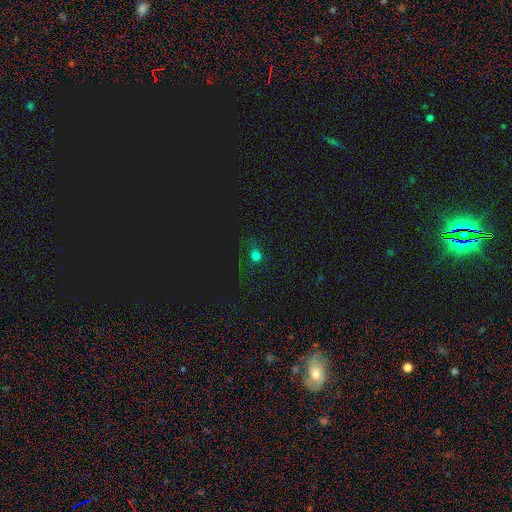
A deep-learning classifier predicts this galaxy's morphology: This appears to be a smooth galaxy with no disk features (55%) that is round (72%). Merging: none (69%).